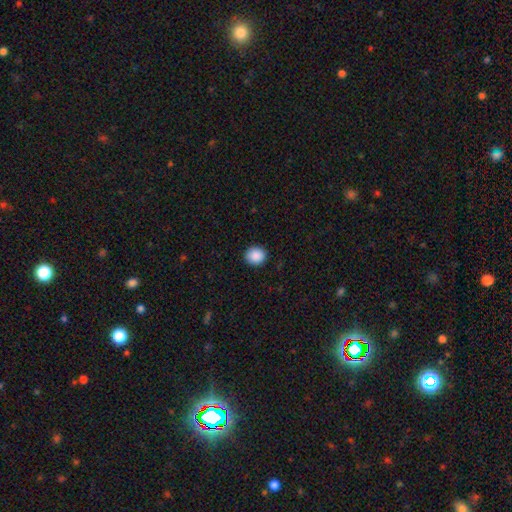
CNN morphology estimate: type=smooth (89%); roundness=round (80%); merging=none (91%).